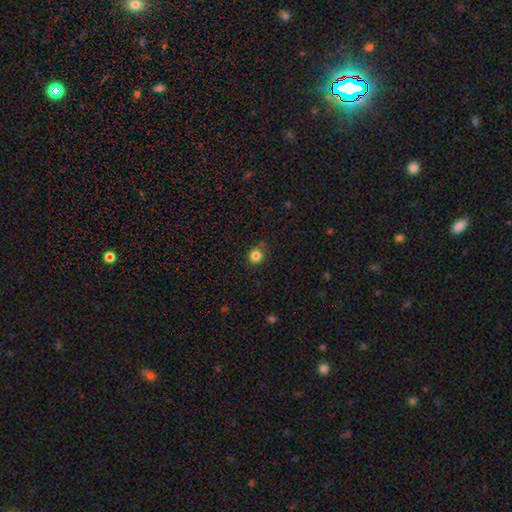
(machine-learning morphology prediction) type=smooth (83%); roundness=round (84%); merging=none (80%).